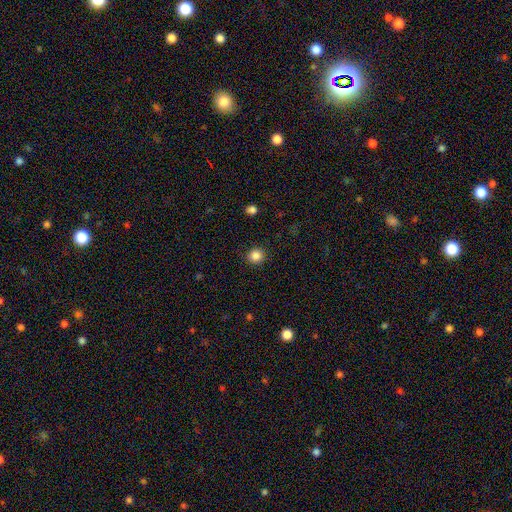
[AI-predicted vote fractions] The model was most divided on "smooth or featured": smooth: 86%, star or artifact: 11%, featured or disk: 3%. More confident: merging — none (90%); how rounded — round (90%).